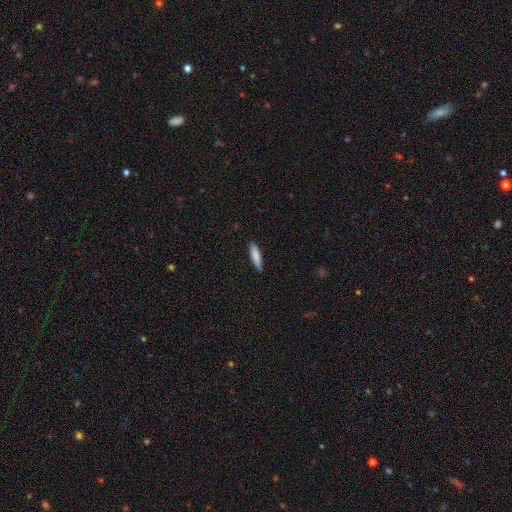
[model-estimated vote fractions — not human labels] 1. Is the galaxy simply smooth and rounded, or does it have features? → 83% smooth, 11% featured or disk, 6% star or artifact.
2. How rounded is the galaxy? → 75% cigar-shaped, 24% in between, 1% round.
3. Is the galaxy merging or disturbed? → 87% none, 10% minor disturbance, 2% major disturbance, 1% merger.